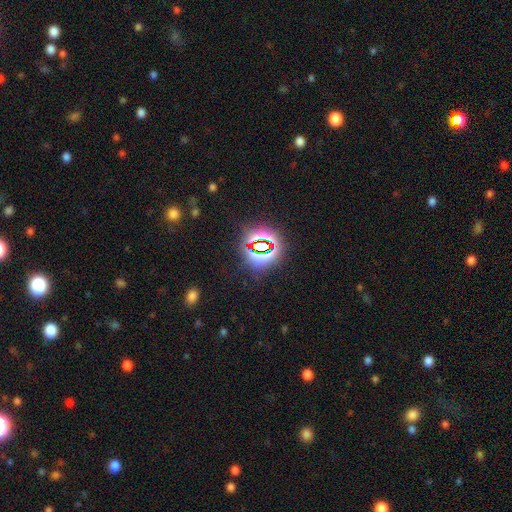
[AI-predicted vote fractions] Smooth or featured: star or artifact — 80% (smooth — 12%)